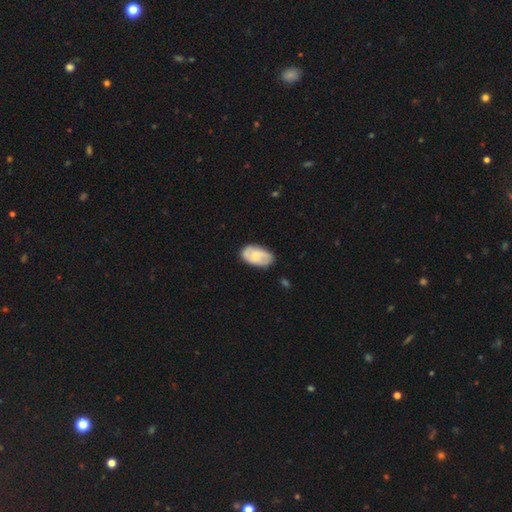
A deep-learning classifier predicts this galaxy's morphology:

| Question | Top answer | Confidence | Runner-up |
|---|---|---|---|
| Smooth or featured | smooth | 50% | featured or disk (44%) |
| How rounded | in between | 92% | round (6%) |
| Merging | none | 76% | minor disturbance (19%) |